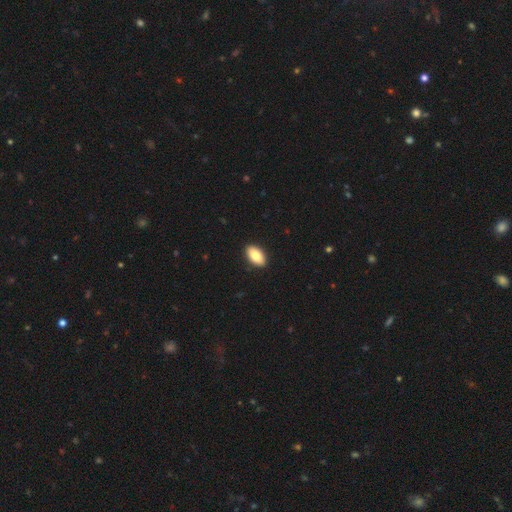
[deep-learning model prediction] Smooth or featured: smooth — 84% (featured or disk — 9%)
How rounded: in between — 94% (round — 3%)
Merging: none — 91% (minor disturbance — 7%)